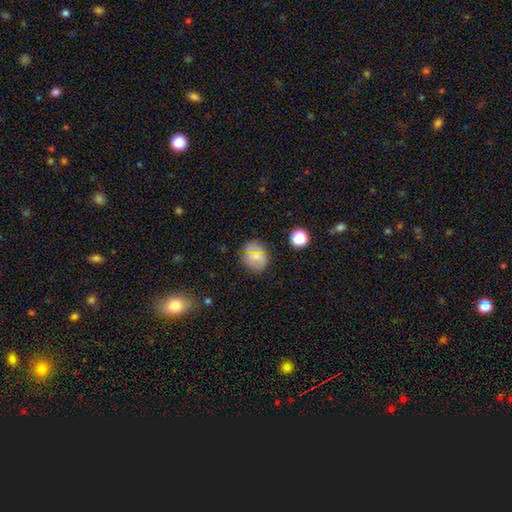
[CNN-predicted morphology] Overall: smooth (73%). How rounded: round (84%). Merging: none (85%).